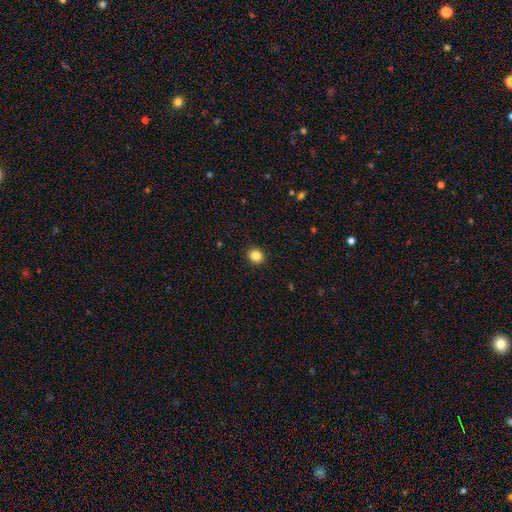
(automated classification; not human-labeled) Q: Smooth or featured?
A: smooth (85%); runner-up: star or artifact (10%)
Q: How rounded?
A: round (78%); runner-up: in between (21%)
Q: Merging?
A: none (92%); runner-up: minor disturbance (6%)